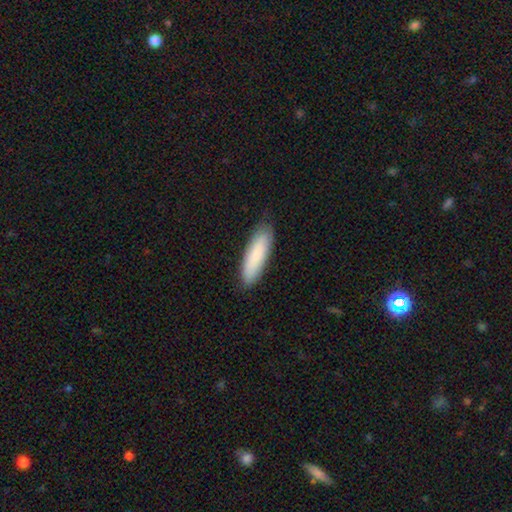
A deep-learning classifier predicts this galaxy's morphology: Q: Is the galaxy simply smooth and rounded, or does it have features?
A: smooth — 81%.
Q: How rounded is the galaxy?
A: cigar-shaped — 57%.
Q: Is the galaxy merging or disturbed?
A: none — 85%.